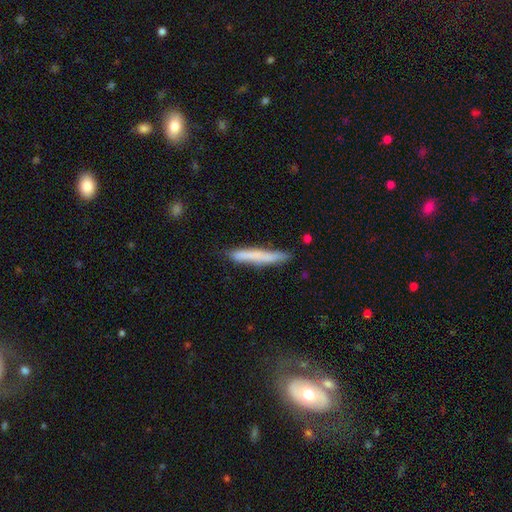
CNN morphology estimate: type=smooth (67%); roundness=cigar-shaped (95%); merging=none (78%).